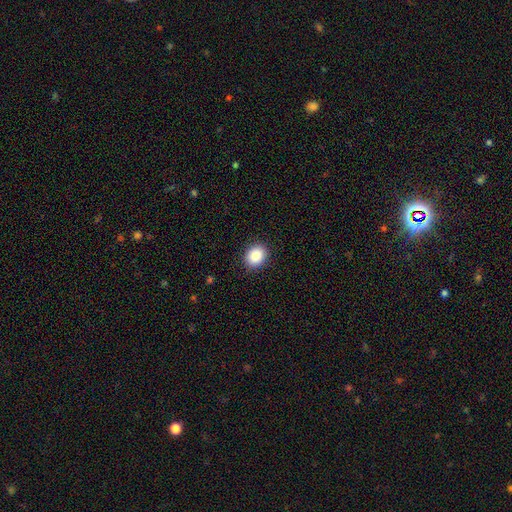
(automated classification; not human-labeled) Smooth or featured?
  - smooth: 89% *
  - star or artifact: 8%
  - featured or disk: 3%
How rounded?
  - round: 50% *
  - in between: 49%
  - cigar-shaped: 1%
Merging?
  - none: 89% *
  - minor disturbance: 7%
  - major disturbance: 2%
  - merger: 1%